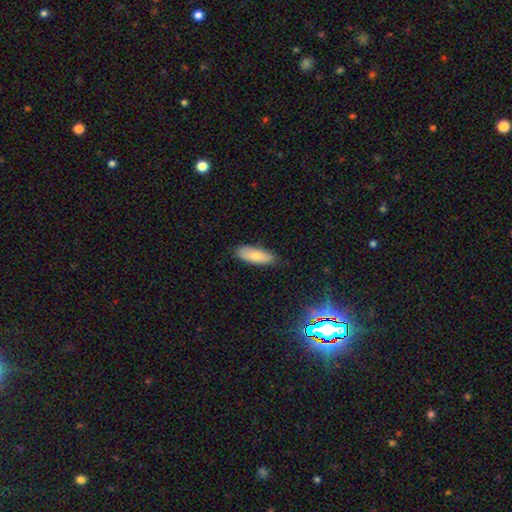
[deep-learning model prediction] Smooth or featured?
  - smooth: 77% *
  - featured or disk: 16%
  - star or artifact: 7%
How rounded?
  - in between: 71% *
  - cigar-shaped: 26%
  - round: 2%
Merging?
  - none: 77% *
  - minor disturbance: 19%
  - major disturbance: 3%
  - merger: 1%